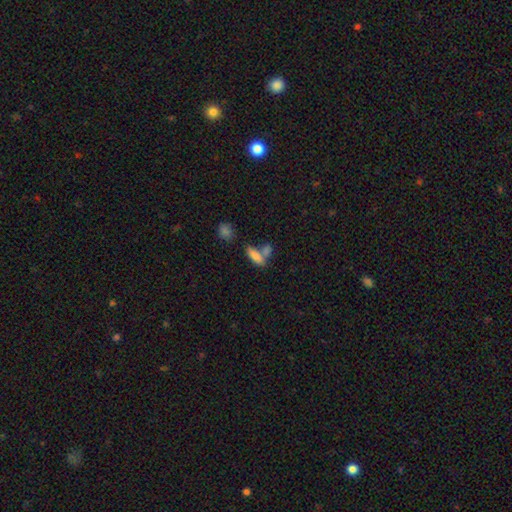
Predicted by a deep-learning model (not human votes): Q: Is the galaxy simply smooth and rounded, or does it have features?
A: smooth — 80%.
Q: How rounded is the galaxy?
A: in between — 71%.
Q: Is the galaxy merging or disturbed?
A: merger — 44%.